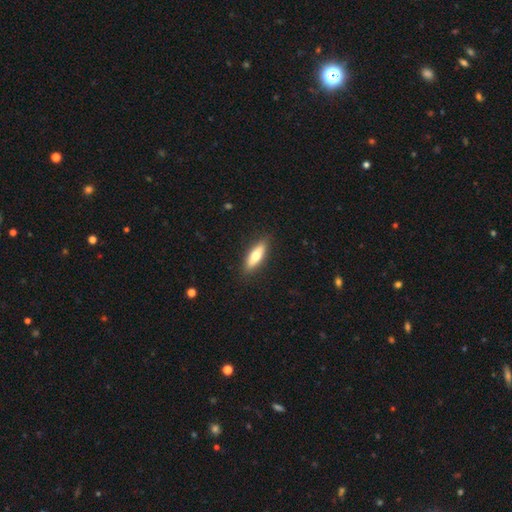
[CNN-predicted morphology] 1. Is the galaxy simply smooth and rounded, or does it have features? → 65% smooth, 29% featured or disk, 5% star or artifact.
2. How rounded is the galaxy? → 50% cigar-shaped, 48% in between, 2% round.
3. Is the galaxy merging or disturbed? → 88% none, 9% minor disturbance, 2% major disturbance, 1% merger.